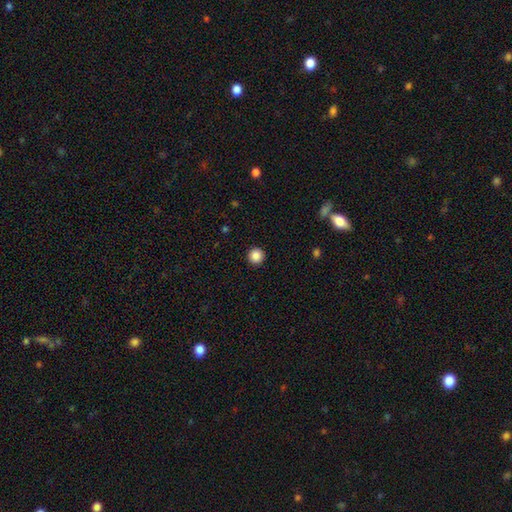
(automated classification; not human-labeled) Smooth or featured: smooth — 87% (star or artifact — 10%)
How rounded: round — 96% (in between — 3%)
Merging: none — 93% (minor disturbance — 4%)